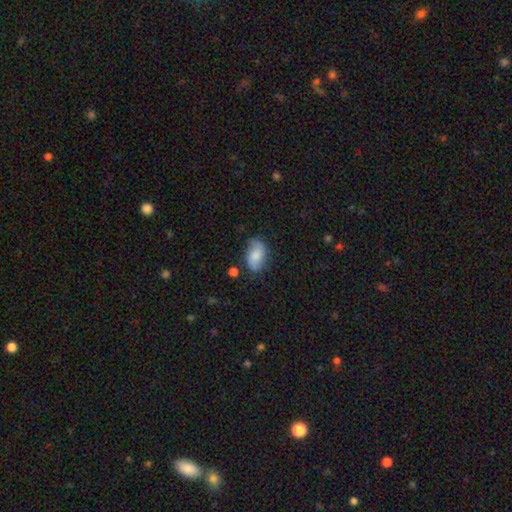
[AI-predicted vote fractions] smooth 64%, featured or disk 28%, star or artifact 8%. Down the decision tree: how rounded — in between (91%); merging — none (65%).